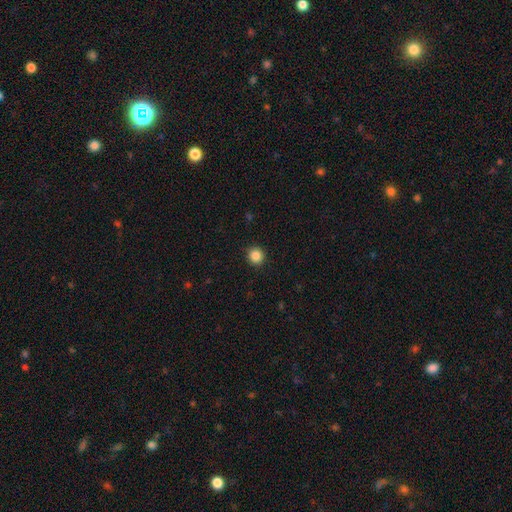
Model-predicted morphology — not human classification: Smooth or featured? smooth (87%)
How rounded? round (93%)
Merging? none (92%)